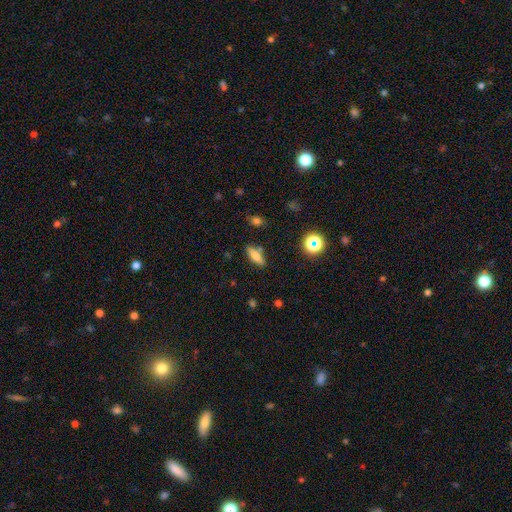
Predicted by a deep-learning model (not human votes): Q: Smooth or featured?
A: smooth (71%); runner-up: featured or disk (17%)
Q: How rounded?
A: in between (55%); runner-up: cigar-shaped (41%)
Q: Merging?
A: none (78%); runner-up: minor disturbance (13%)